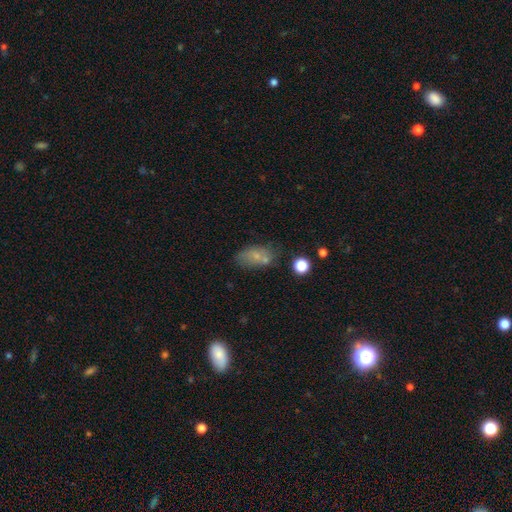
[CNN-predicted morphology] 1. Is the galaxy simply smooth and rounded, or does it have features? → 64% smooth, 21% featured or disk, 15% star or artifact.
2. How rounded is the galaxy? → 85% in between, 10% round, 5% cigar-shaped.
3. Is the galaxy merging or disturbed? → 56% none, 19% minor disturbance, 18% merger, 8% major disturbance.